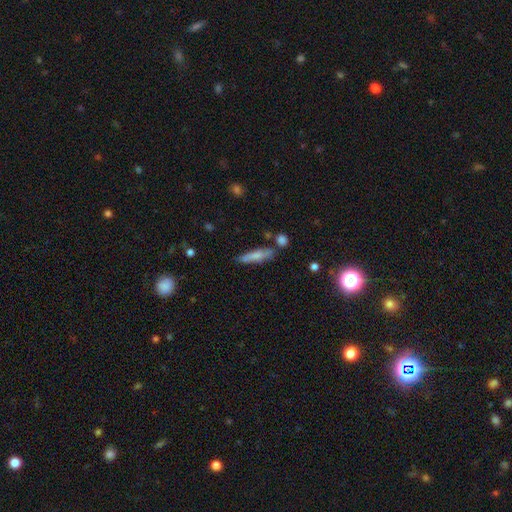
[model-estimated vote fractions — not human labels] Overall: smooth (69%). How rounded: cigar-shaped (83%). Merging: none (70%).